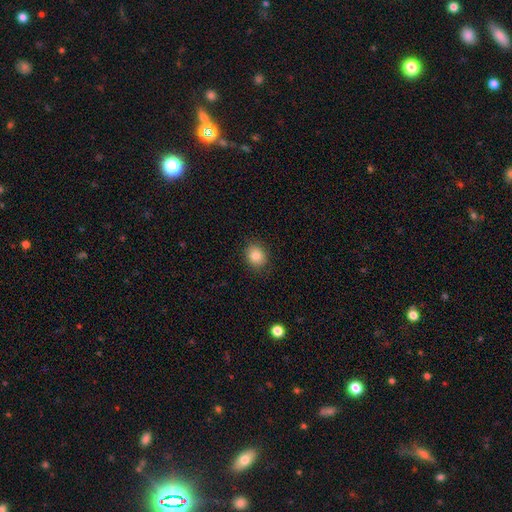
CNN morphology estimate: smooth_or_featured: smooth (p=0.84) [alt: star or artifact p=0.10]
how_rounded: round (p=0.68) [alt: in between p=0.31]
merging: none (p=0.88) [alt: minor disturbance p=0.09]